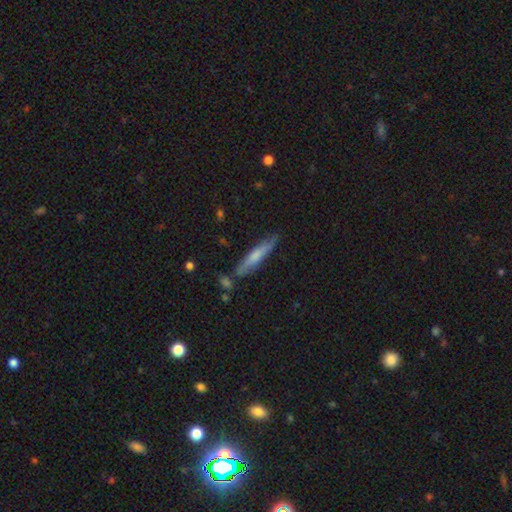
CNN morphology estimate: smooth_or_featured: smooth (p=0.58) [alt: featured or disk p=0.36]
how_rounded: cigar-shaped (p=0.90) [alt: in between p=0.08]
merging: none (p=0.76) [alt: minor disturbance p=0.16]